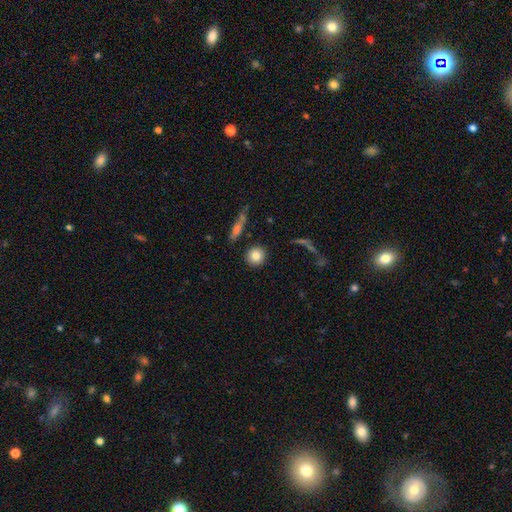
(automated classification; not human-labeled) smooth 82%, star or artifact 9%, featured or disk 9%. Down the decision tree: how rounded — round (90%); merging — none (89%).